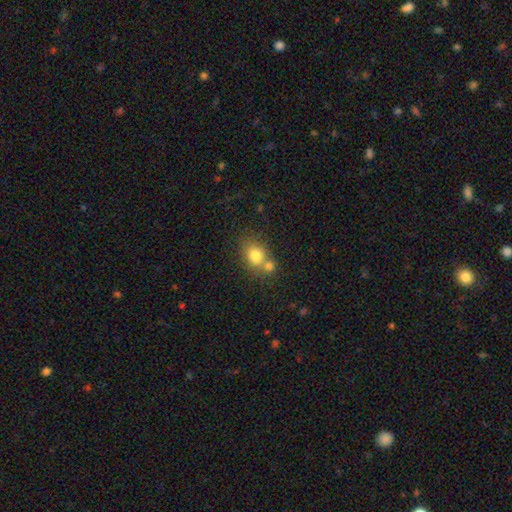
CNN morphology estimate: Q: Smooth or featured?
A: smooth (78%); runner-up: featured or disk (12%)
Q: How rounded?
A: in between (50%); runner-up: round (49%)
Q: Merging?
A: none (45%); runner-up: merger (41%)